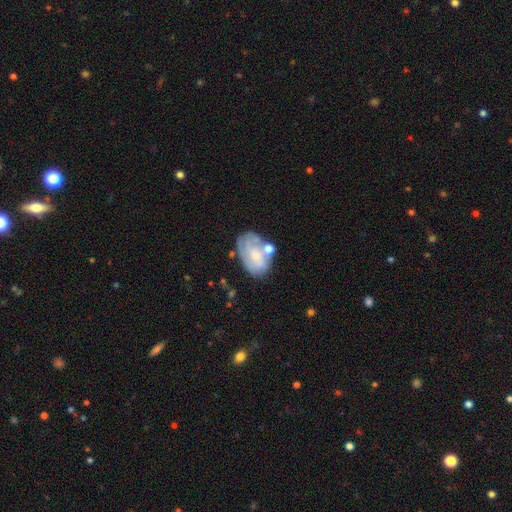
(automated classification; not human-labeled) A featured or disk galaxy (64%) with no bar (70%), spiral arms (70%) and a small central bulge (60%). Merging: none (50%).